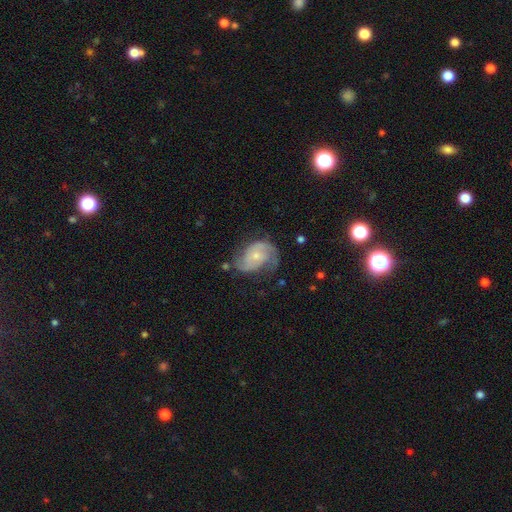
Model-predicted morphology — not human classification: Smooth or featured? Predicted: featured or disk (p=0.79). Edge-on disk? Predicted: no (p=0.97). Bar? Predicted: no (p=0.64). Spiral arms? Predicted: yes (p=0.93). Spiral winding? Predicted: medium (p=0.46). Spiral arm count? Predicted: 2 (p=0.79). Bulge size? Predicted: small (p=0.62). Merging? Predicted: none (p=0.59).